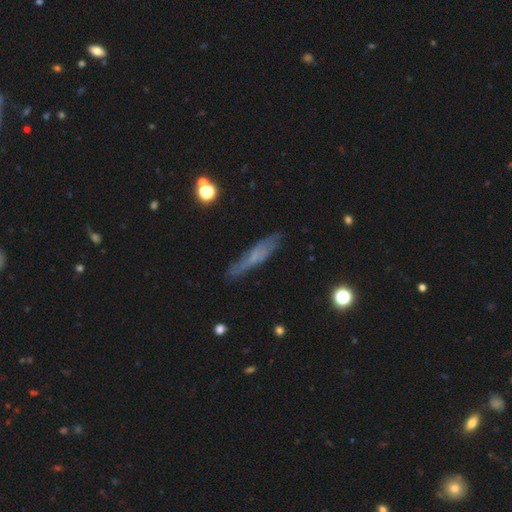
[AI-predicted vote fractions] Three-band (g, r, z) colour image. It shows a smooth galaxy with no disk features (48%). Merging: none (75%).